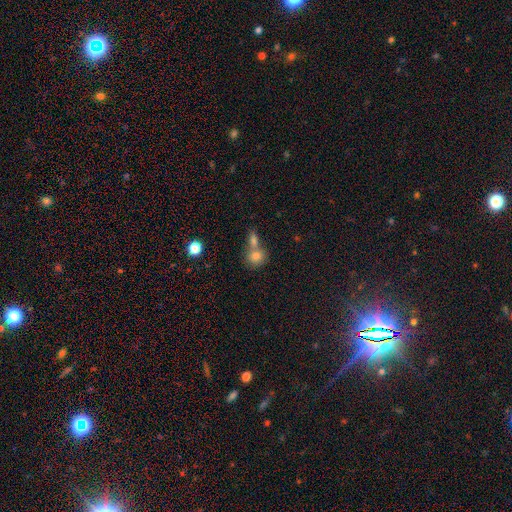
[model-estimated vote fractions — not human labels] This appears to be a smooth galaxy with no disk features (79%) that is round (73%). Merging: merger (52%).